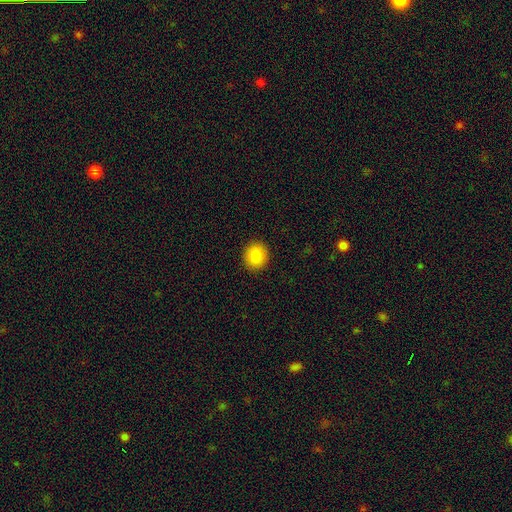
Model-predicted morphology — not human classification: Smooth or featured? smooth (86%)
How rounded? round (81%)
Merging? none (92%)